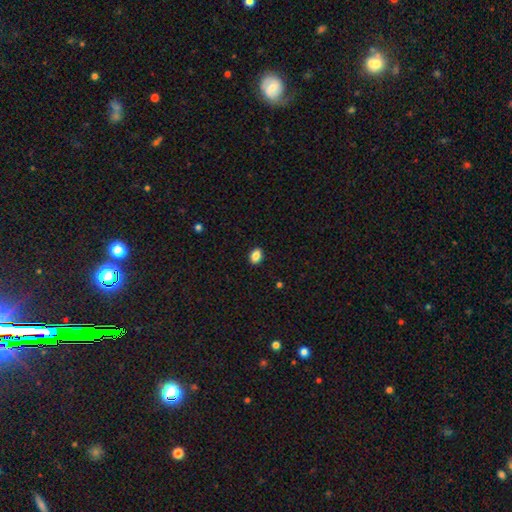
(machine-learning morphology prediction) Smooth or featured?
  - smooth: 87% *
  - star or artifact: 9%
  - featured or disk: 4%
How rounded?
  - in between: 76% *
  - round: 22%
  - cigar-shaped: 1%
Merging?
  - none: 90% *
  - minor disturbance: 7%
  - major disturbance: 2%
  - merger: 1%